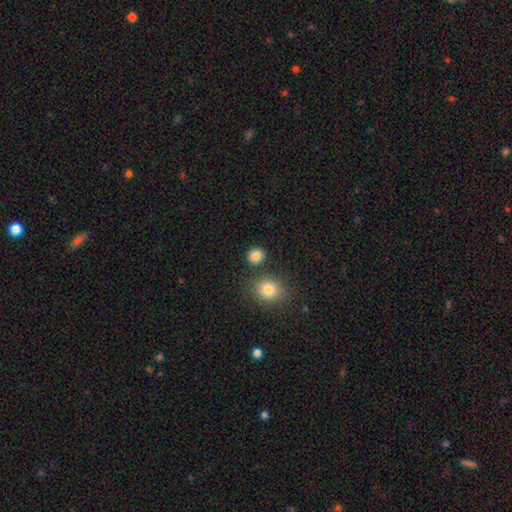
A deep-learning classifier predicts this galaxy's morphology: Smooth or featured?
  - smooth: 85% *
  - star or artifact: 11%
  - featured or disk: 4%
How rounded?
  - round: 81% *
  - in between: 18%
  - cigar-shaped: 1%
Merging?
  - none: 81% *
  - merger: 8%
  - minor disturbance: 8%
  - major disturbance: 3%